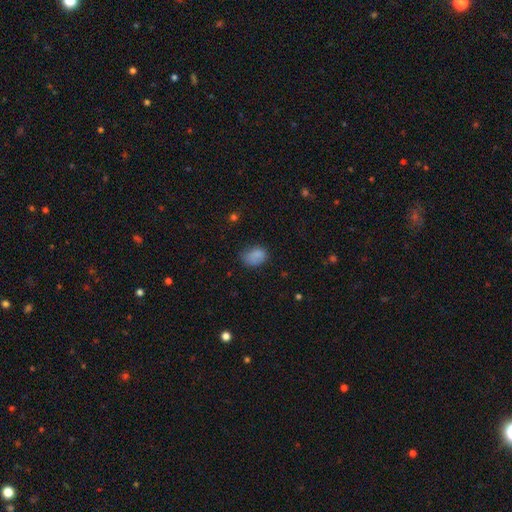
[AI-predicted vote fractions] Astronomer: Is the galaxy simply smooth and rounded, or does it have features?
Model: smooth — 82%.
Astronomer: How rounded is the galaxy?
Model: in between — 74%.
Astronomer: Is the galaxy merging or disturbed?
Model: none — 61%.